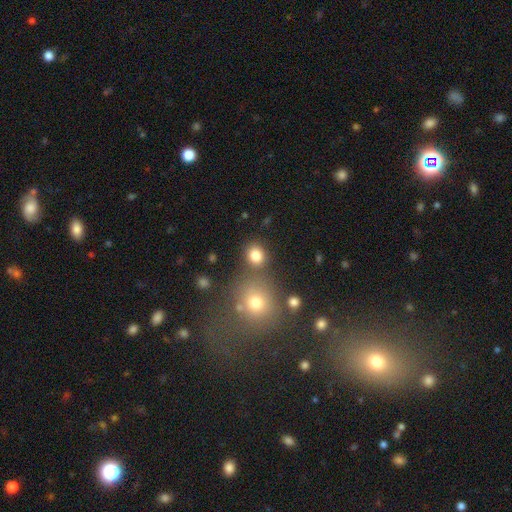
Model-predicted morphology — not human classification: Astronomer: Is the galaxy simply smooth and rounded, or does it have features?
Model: smooth — 81%.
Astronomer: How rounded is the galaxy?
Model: round — 75%.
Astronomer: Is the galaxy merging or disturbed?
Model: none — 73%.